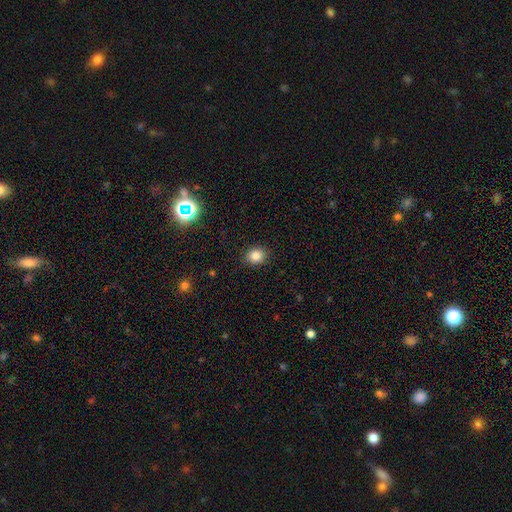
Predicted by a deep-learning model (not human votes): This appears to be a smooth galaxy with no disk features (83%) that is round (67%). Merging: none (89%).